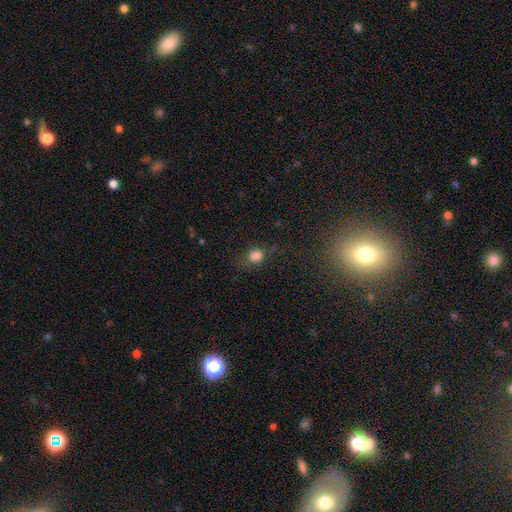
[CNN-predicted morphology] This appears to be a smooth galaxy with no disk features (80%) that is round (68%). Merging: none (64%).